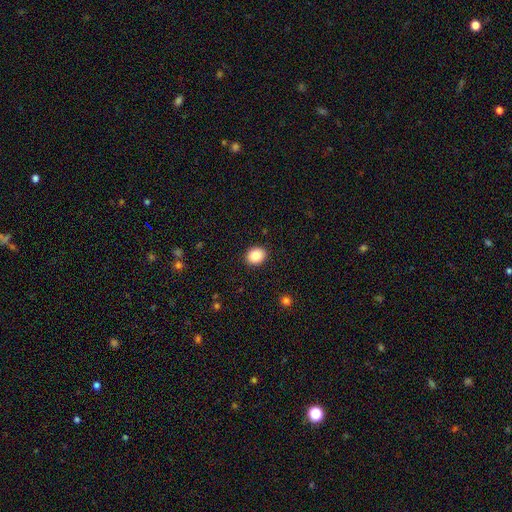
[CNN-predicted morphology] smooth 87%, star or artifact 8%, featured or disk 5%. Down the decision tree: how rounded — round (54%); merging — none (91%).